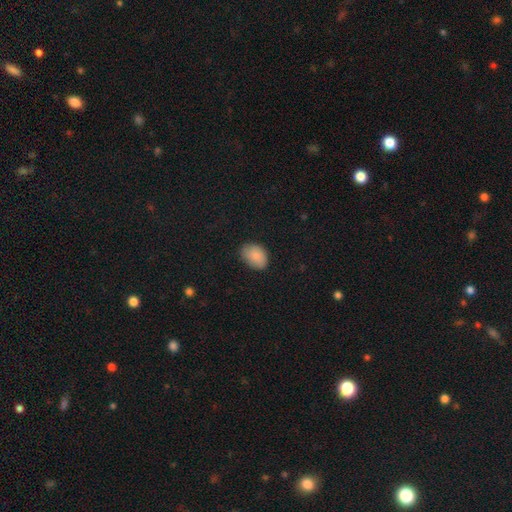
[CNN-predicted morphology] This appears to be a smooth galaxy with no disk features (86%) that is in between round and cigar-shaped (81%). Merging: none (79%).